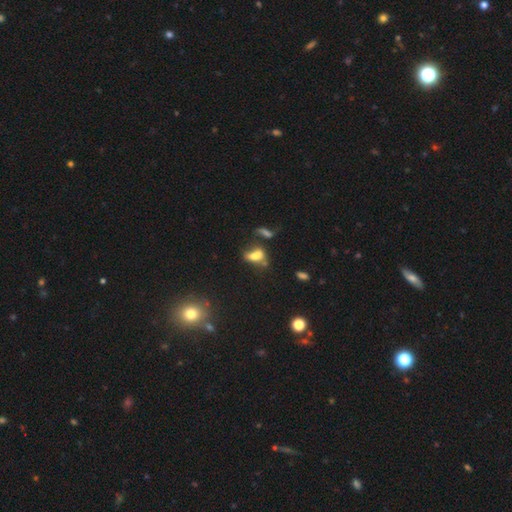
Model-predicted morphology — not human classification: smooth_or_featured: smooth (p=0.57) [alt: featured or disk p=0.26]
how_rounded: in between (p=0.78) [alt: round p=0.13]
merging: merger (p=0.39) [alt: none p=0.29]